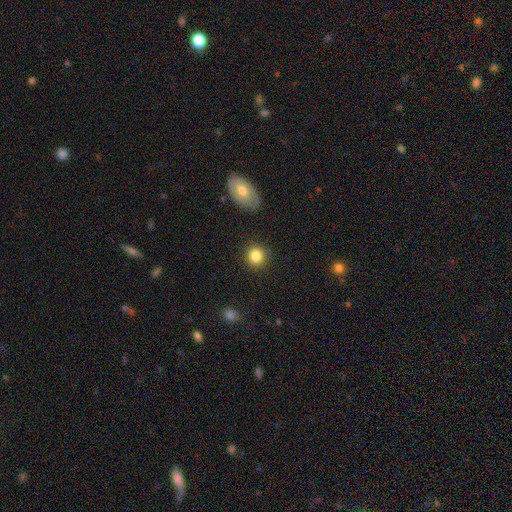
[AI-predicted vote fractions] smooth-or-featured: smooth: 84% | star or artifact: 9% | featured or disk: 6%
  how-rounded: round: 86% | in between: 13% | cigar-shaped: 1%
  merging: none: 88% | minor disturbance: 8% | major disturbance: 3% | merger: 2%